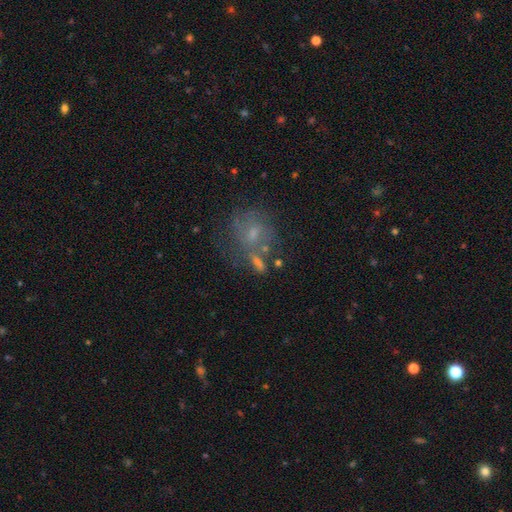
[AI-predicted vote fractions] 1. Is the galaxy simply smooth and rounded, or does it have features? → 49% featured or disk, 30% smooth, 21% star or artifact.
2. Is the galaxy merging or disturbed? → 51% none, 18% minor disturbance, 16% merger, 15% major disturbance.